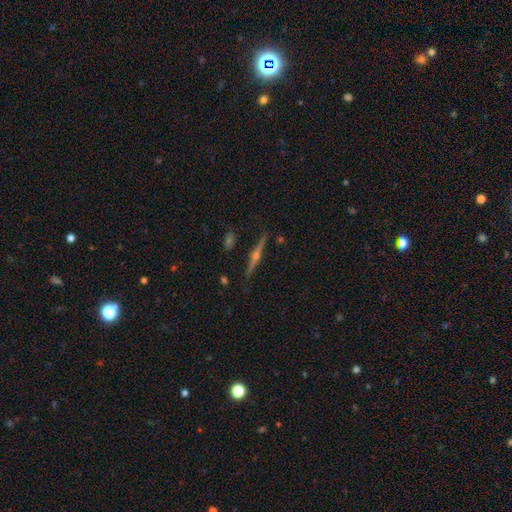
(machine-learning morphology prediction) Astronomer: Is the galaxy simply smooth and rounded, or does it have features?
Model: featured or disk — 84%.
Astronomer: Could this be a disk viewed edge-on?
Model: yes — 98%.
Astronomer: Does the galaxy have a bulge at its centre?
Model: rounded — 92%.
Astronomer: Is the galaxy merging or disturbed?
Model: none — 90%.